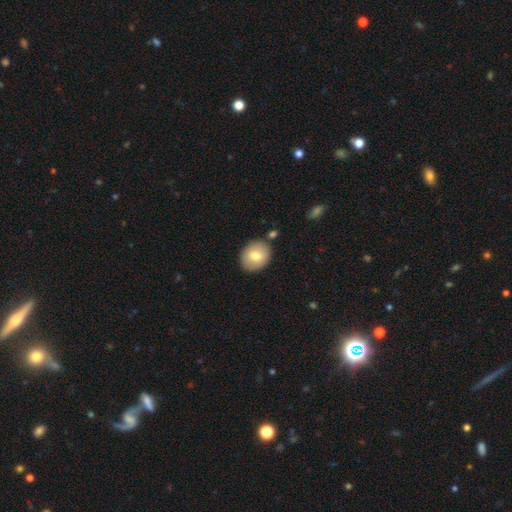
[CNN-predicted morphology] Smooth or featured?
  - smooth: 75% *
  - featured or disk: 18%
  - star or artifact: 7%
How rounded?
  - round: 59% *
  - in between: 41%
  - cigar-shaped: 1%
Merging?
  - none: 83% *
  - minor disturbance: 10%
  - merger: 5%
  - major disturbance: 2%